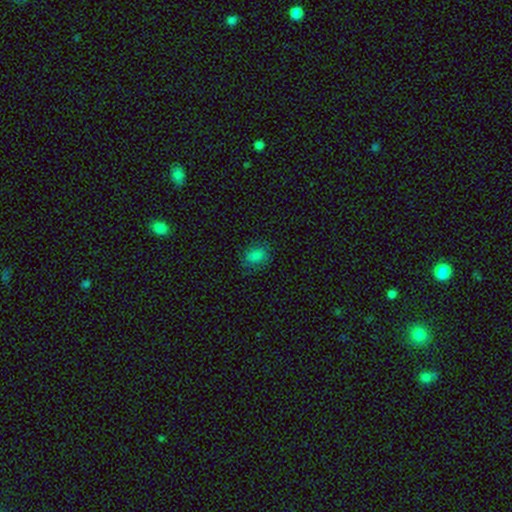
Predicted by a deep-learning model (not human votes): This is clearly a smooth galaxy (80%). How rounded: likely in between (71%). Merging: clearly none (80%).